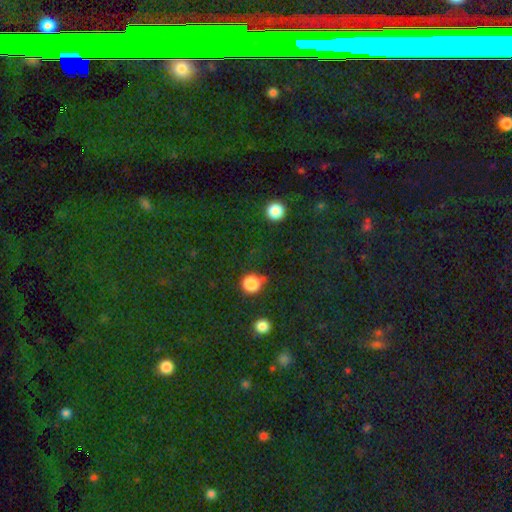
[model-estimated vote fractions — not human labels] Morphology: type=star or artifact (77%).